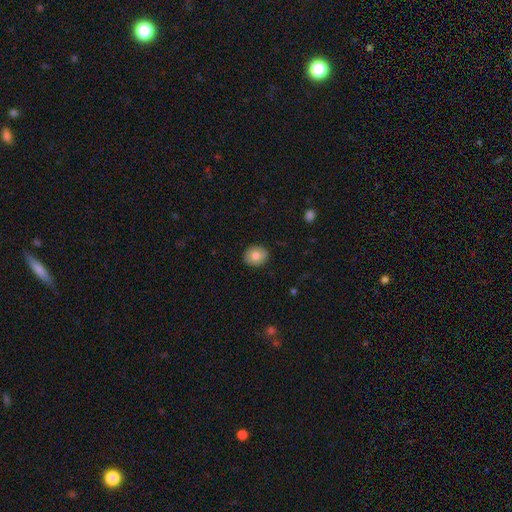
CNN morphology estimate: Smooth or featured?
  - smooth: 80% *
  - featured or disk: 13%
  - star or artifact: 8%
How rounded?
  - round: 68% *
  - in between: 31%
  - cigar-shaped: 1%
Merging?
  - none: 89% *
  - minor disturbance: 8%
  - major disturbance: 2%
  - merger: 1%